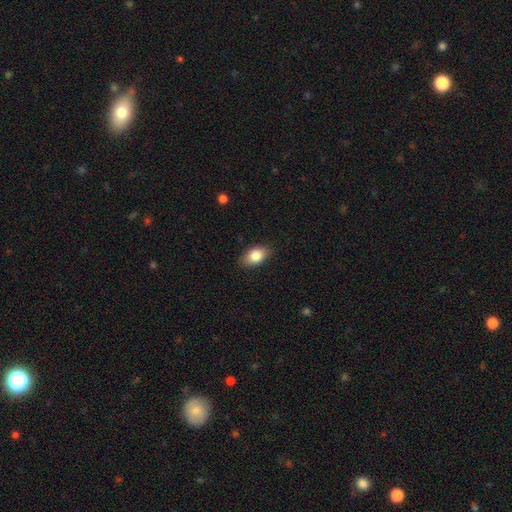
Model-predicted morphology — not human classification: Overall: smooth (82%). How rounded: in between (89%). Merging: none (85%).